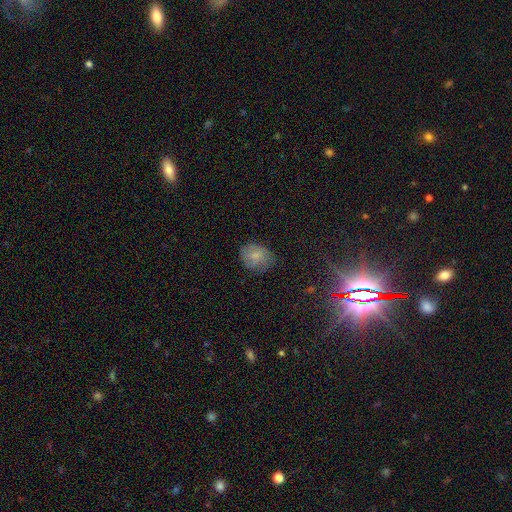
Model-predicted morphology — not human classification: Overall: smooth (71%). How rounded: round (54%; in between 45%). Merging: none (69%).